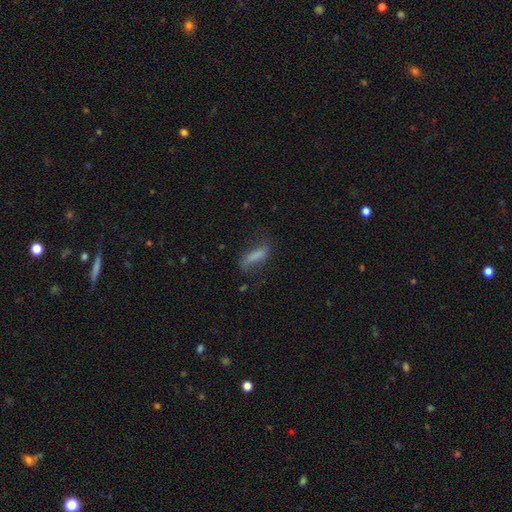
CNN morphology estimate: Smooth or featured? smooth (60%)
How rounded? cigar-shaped (58%)
Merging? none (54%)